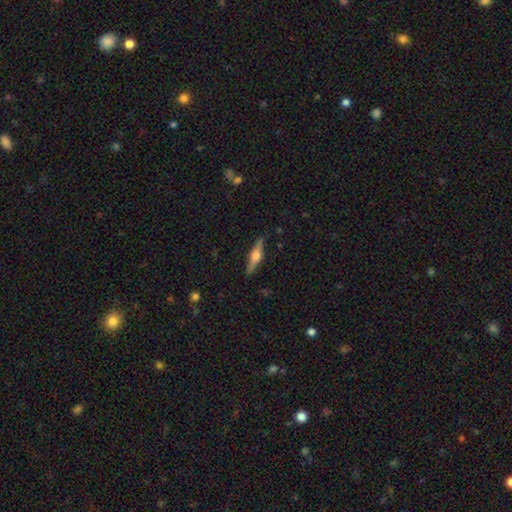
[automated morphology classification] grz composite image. It shows a featured or disk galaxy (68%) viewed edge-on (97%) with a rounded central bulge (91%). Merging: none (88%).